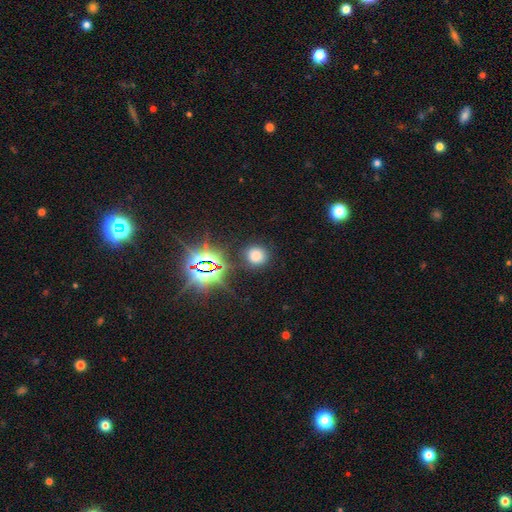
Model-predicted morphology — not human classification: smooth-or-featured: smooth: 68% | star or artifact: 26% | featured or disk: 7%
  how-rounded: round: 85% | in between: 14% | cigar-shaped: 1%
  merging: none: 84% | minor disturbance: 9% | major disturbance: 4% | merger: 3%